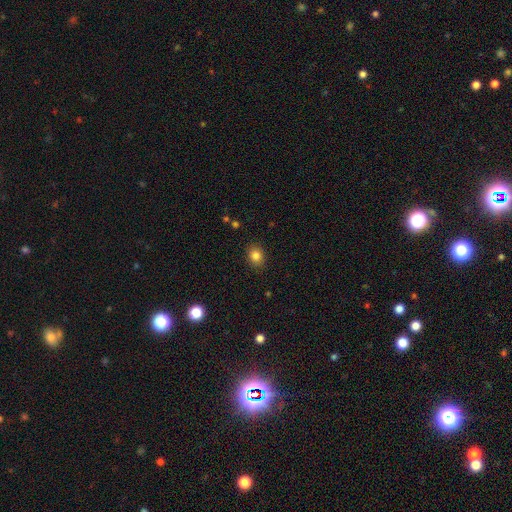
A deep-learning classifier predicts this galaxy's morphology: Smooth or featured?
  - smooth: 83% *
  - star or artifact: 11%
  - featured or disk: 6%
How rounded?
  - round: 59% *
  - in between: 40%
  - cigar-shaped: 1%
Merging?
  - none: 88% *
  - minor disturbance: 9%
  - major disturbance: 2%
  - merger: 1%